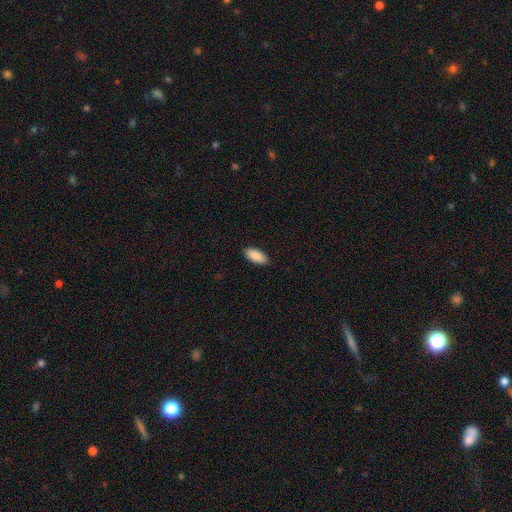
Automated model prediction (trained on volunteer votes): Smooth or featured? smooth (90%)
How rounded? in between (89%)
Merging? none (89%)